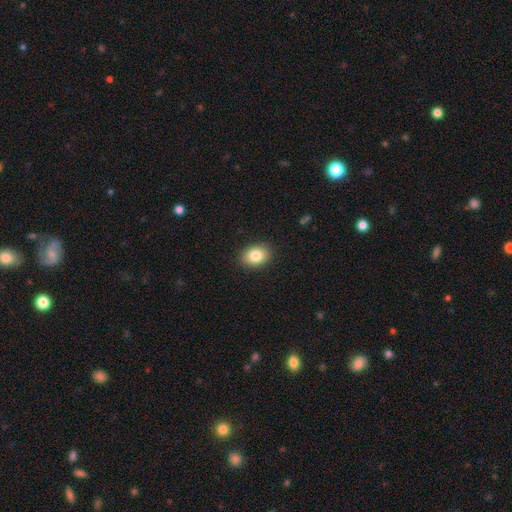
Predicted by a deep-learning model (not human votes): Smooth or featured: smooth — 83% (star or artifact — 9%)
How rounded: in between — 68% (round — 31%)
Merging: none — 89% (minor disturbance — 8%)